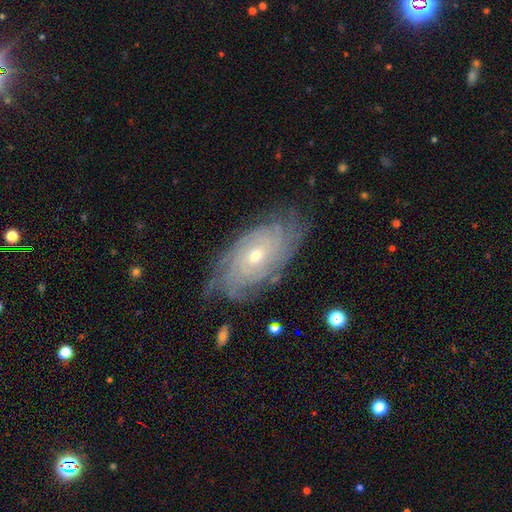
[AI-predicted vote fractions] Morphology: type=featured or disk (85%); edge-on=no (94%); bar=no (75%); spiral arms=yes (96%); winding=tight (80%); arm count=can't tell (39%); bulge=small (54%); merging=none (77%).